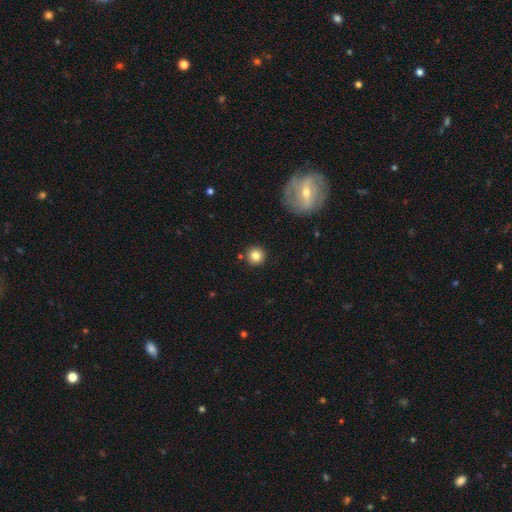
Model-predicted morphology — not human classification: Smooth or featured?
  - smooth: 82% *
  - star or artifact: 11%
  - featured or disk: 8%
How rounded?
  - round: 95% *
  - in between: 4%
  - cigar-shaped: 1%
Merging?
  - none: 88% *
  - minor disturbance: 6%
  - merger: 4%
  - major disturbance: 2%